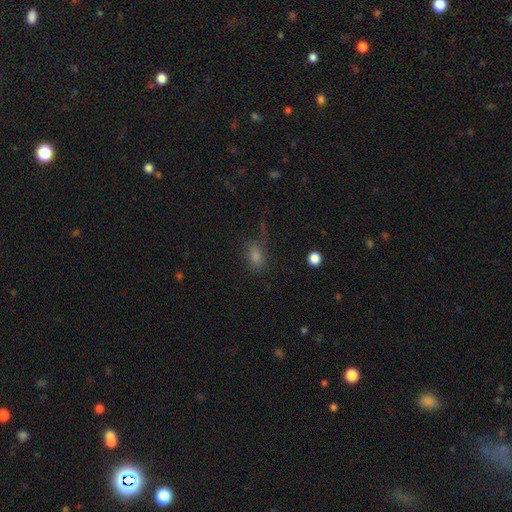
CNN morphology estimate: Smooth or featured? smooth (66%)
How rounded? in between (75%)
Merging? none (61%)